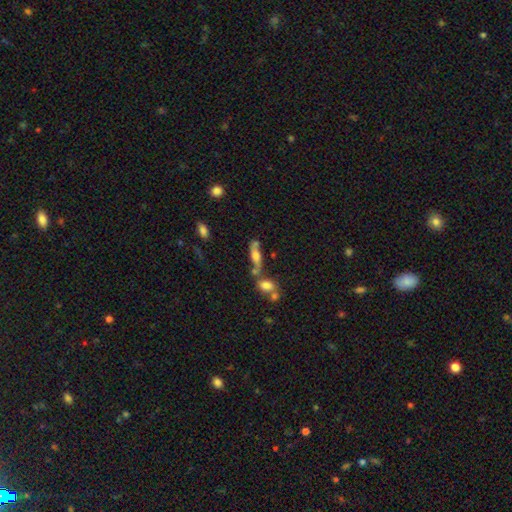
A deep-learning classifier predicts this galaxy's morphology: Smooth or featured? Predicted: featured or disk (p=0.50). Edge-on disk? Predicted: no (p=0.52). Merging? Predicted: none (p=0.52).